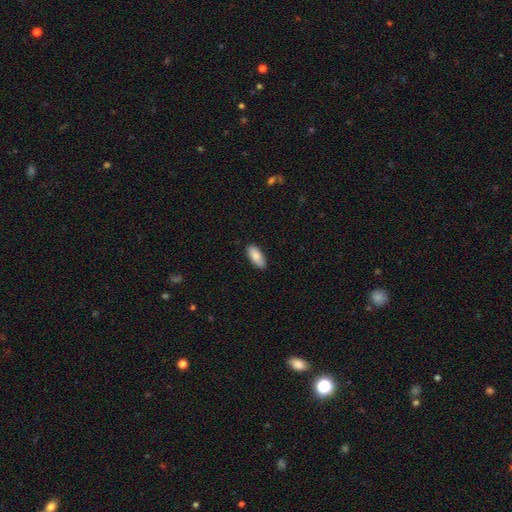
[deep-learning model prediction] smooth 87%, featured or disk 8%, star or artifact 6%. Down the decision tree: how rounded — in between (87%); merging — none (88%).